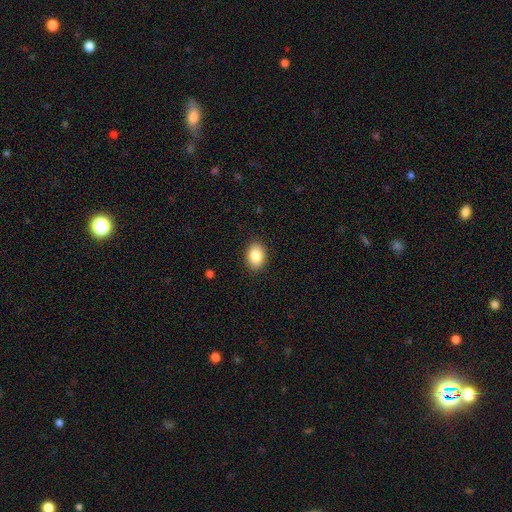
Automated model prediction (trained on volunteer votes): A smooth galaxy with no disk features (86%) that is in between round and cigar-shaped (76%). Merging: none (89%).